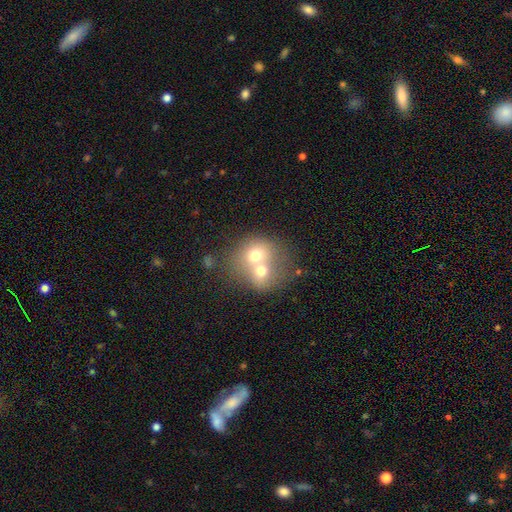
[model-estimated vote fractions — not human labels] Morphology: type=smooth (63%); roundness=round (66%); merging=merger (71%).